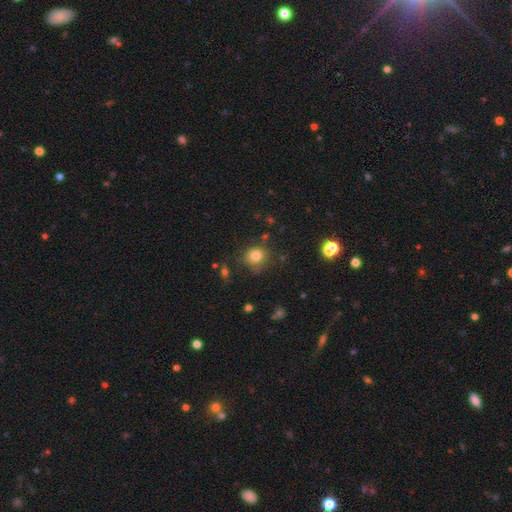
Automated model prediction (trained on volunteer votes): Smooth or featured?
  - smooth: 81% *
  - star or artifact: 12%
  - featured or disk: 7%
How rounded?
  - round: 84% *
  - in between: 15%
  - cigar-shaped: 1%
Merging?
  - none: 75% *
  - minor disturbance: 16%
  - major disturbance: 5%
  - merger: 4%